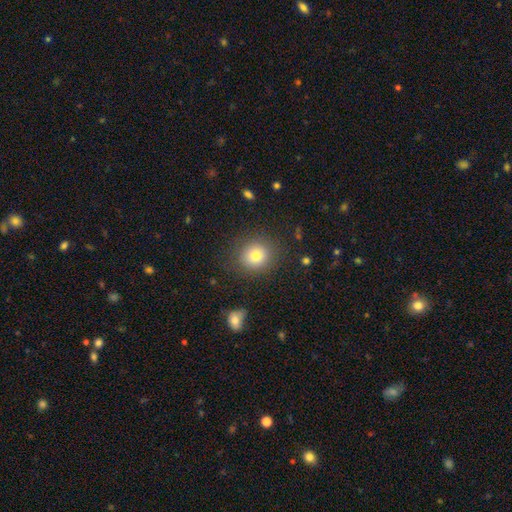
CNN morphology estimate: A smooth galaxy with no disk features (78%) that is round (82%). Merging: none (84%).